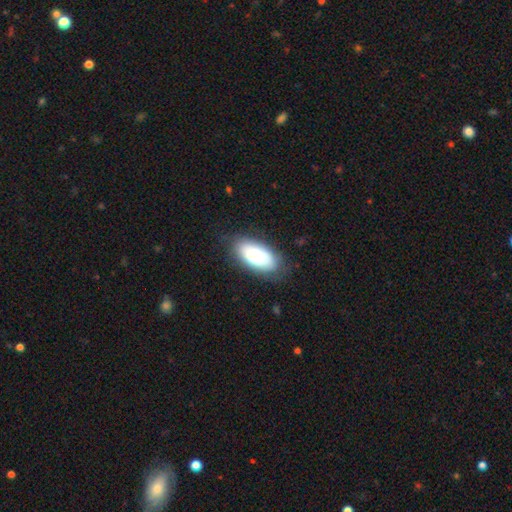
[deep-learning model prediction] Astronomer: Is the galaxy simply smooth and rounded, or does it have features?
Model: smooth — 78%.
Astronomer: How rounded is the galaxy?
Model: in between — 90%.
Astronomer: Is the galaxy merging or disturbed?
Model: none — 76%.